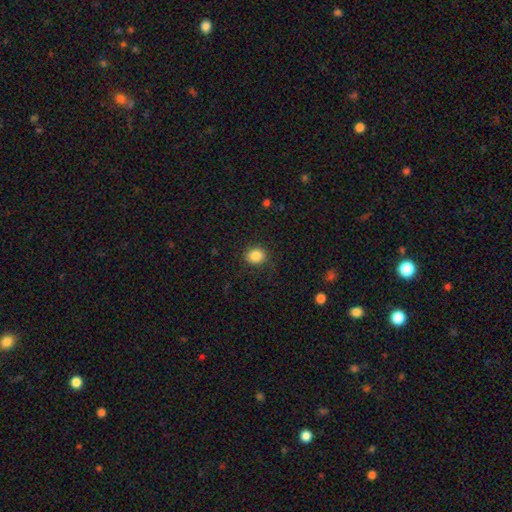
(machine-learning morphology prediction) smooth 86%, star or artifact 10%, featured or disk 5%. Down the decision tree: how rounded — round (72%); merging — none (86%).